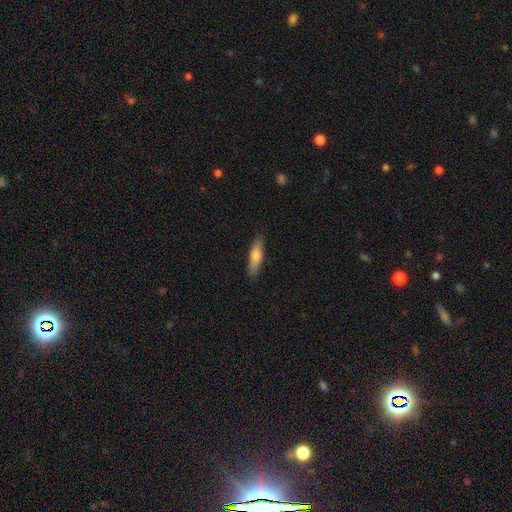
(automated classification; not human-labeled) Smooth or featured? smooth (69%)
How rounded? cigar-shaped (70%)
Merging? none (87%)